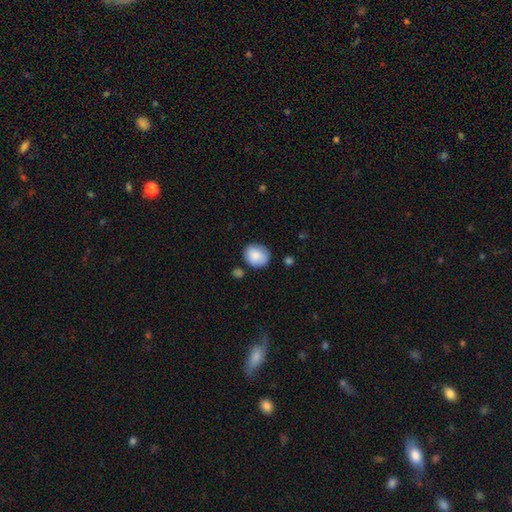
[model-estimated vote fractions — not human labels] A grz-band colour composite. It shows a smooth galaxy with no disk features (85%) that is round (71%). Merging: none (72%).